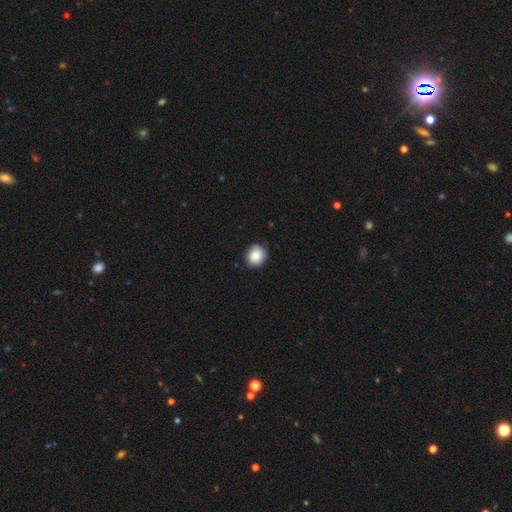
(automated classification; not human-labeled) A smooth galaxy with no disk features (86%) that is round (83%). Merging: none (83%).